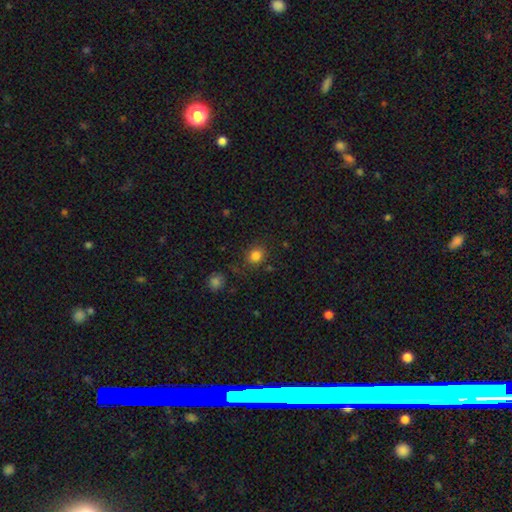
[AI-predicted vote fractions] A smooth galaxy with no disk features (82%) that is round (71%). Merging: none (81%).